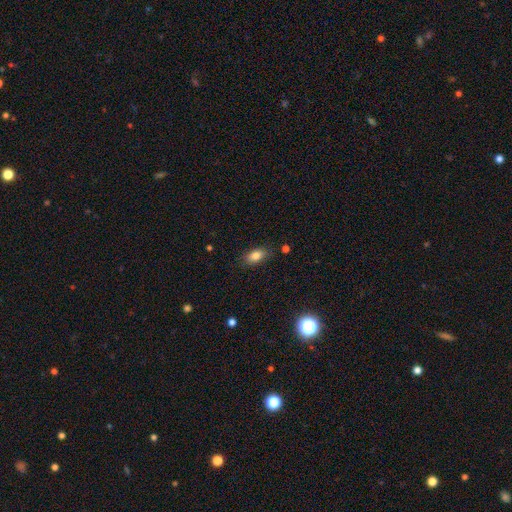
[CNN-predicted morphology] Overall: smooth (82%). How rounded: in between (86%). Merging: none (82%).